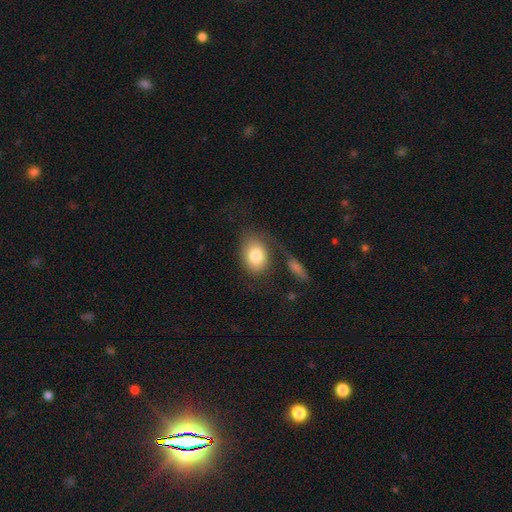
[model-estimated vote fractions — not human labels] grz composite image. It shows a smooth galaxy with no disk features (81%) that is in between round and cigar-shaped (70%). Merging: none (57%).